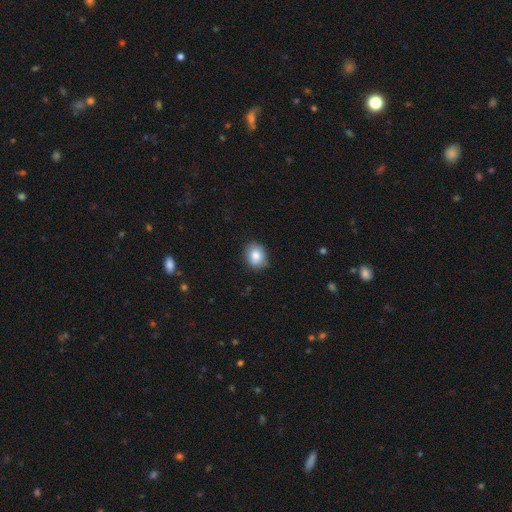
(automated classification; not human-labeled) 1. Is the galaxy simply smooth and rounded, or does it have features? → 84% smooth, 8% star or artifact, 8% featured or disk.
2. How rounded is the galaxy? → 51% round, 48% in between, 1% cigar-shaped.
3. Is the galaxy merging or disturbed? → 80% none, 16% minor disturbance, 3% major disturbance, 1% merger.